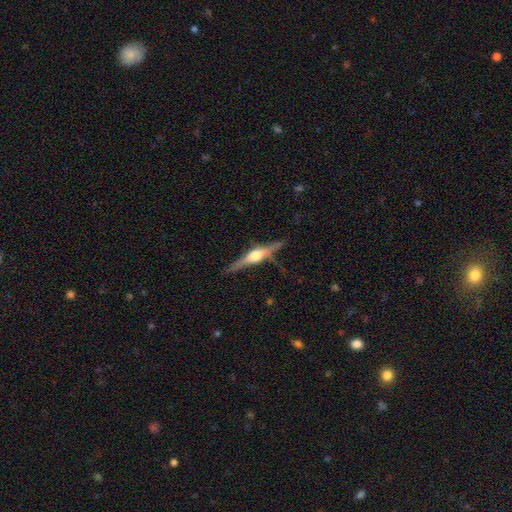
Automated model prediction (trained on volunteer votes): This appears to be a featured or disk galaxy (78%) viewed edge-on (97%) with a rounded central bulge (93%). Merging: none (79%).